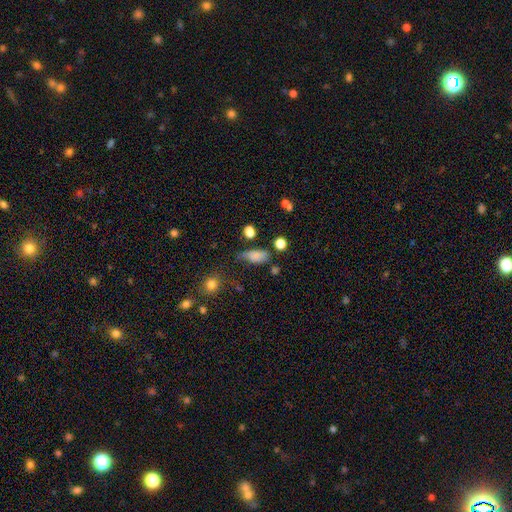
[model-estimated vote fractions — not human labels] Smooth or featured: smooth — 77% (star or artifact — 12%)
How rounded: in between — 82% (cigar-shaped — 11%)
Merging: none — 45% (minor disturbance — 32%)